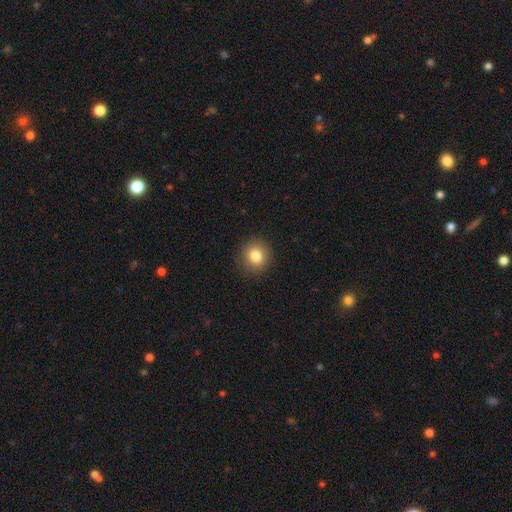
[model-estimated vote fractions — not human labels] Smooth or featured?
  - smooth: 83% *
  - star or artifact: 11%
  - featured or disk: 7%
How rounded?
  - round: 86% *
  - in between: 13%
  - cigar-shaped: 1%
Merging?
  - none: 90% *
  - minor disturbance: 7%
  - major disturbance: 2%
  - merger: 1%